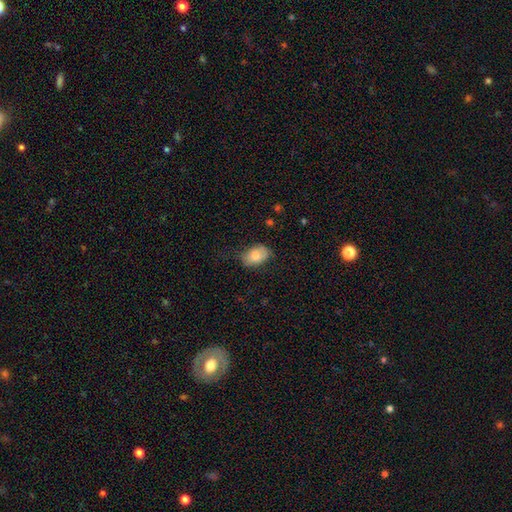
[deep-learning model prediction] smooth_or_featured: smooth (p=0.78) [alt: featured or disk p=0.14]
how_rounded: in between (p=0.86) [alt: round p=0.13]
merging: none (p=0.64) [alt: minor disturbance p=0.28]